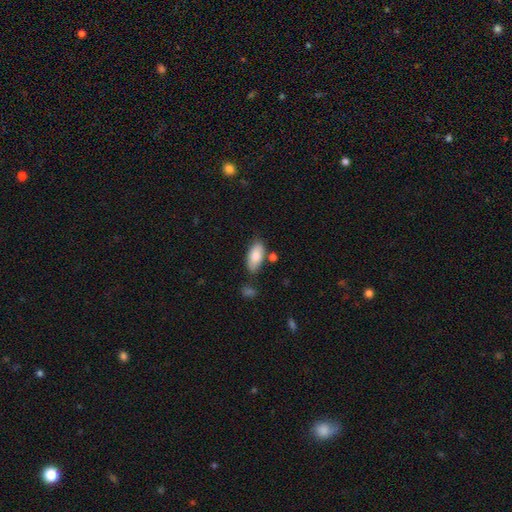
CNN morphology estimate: Smooth or featured: smooth — 85% (featured or disk — 9%)
How rounded: in between — 89% (cigar-shaped — 9%)
Merging: none — 70% (minor disturbance — 18%)